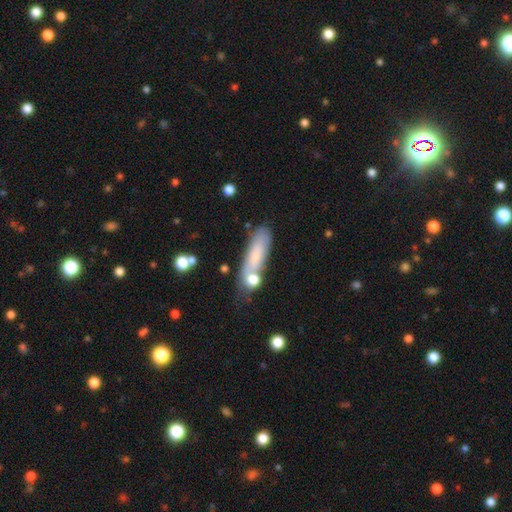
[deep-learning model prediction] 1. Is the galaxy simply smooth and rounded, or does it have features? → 67% smooth, 25% featured or disk, 8% star or artifact.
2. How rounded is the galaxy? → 54% cigar-shaped, 43% in between, 3% round.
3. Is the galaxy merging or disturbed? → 56% none, 20% minor disturbance, 17% merger, 7% major disturbance.